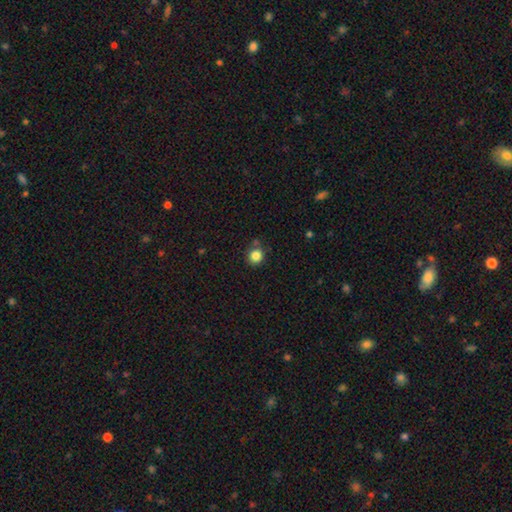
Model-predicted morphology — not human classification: Smooth or featured? smooth (84%)
How rounded? round (90%)
Merging? none (80%)